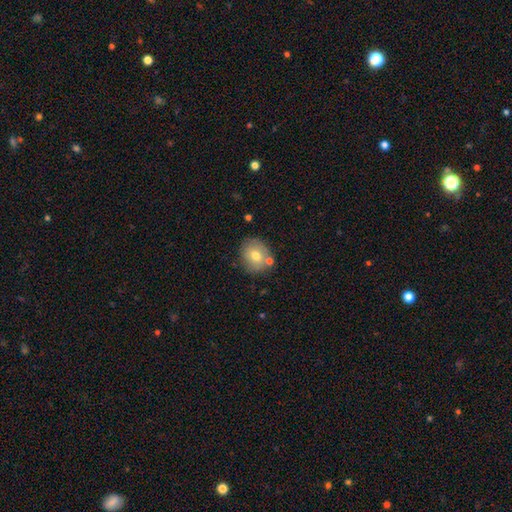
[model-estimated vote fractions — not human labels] The model was most divided on "how rounded": round: 66%, in between: 33%, cigar-shaped: 1%. More confident: merging — none (74%); smooth or featured — smooth (70%).